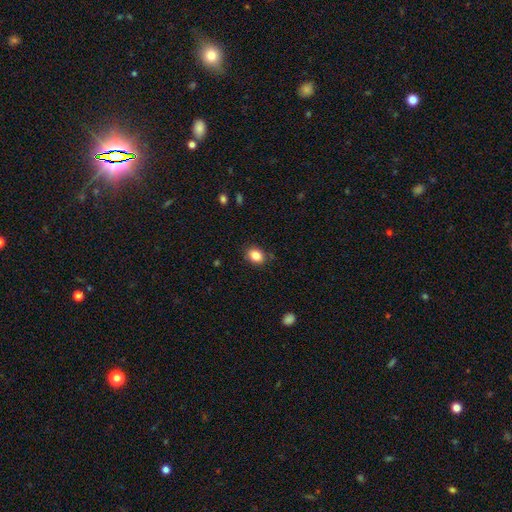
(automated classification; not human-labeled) Morphology: type=smooth (85%); roundness=in between (56%); merging=none (83%).